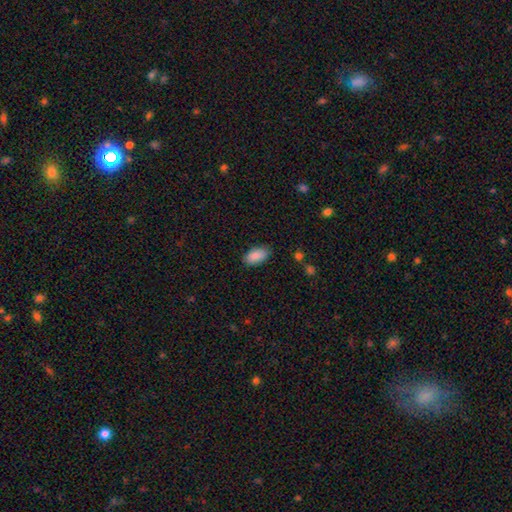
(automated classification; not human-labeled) Morphology: type=smooth (89%); roundness=in between (93%); merging=none (84%).